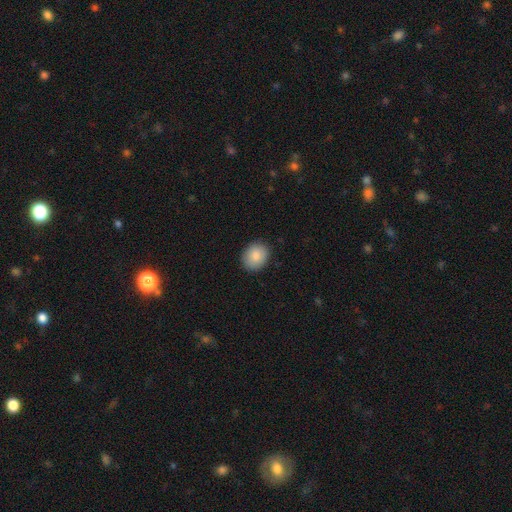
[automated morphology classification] smooth 86%, star or artifact 7%, featured or disk 7%. Down the decision tree: how rounded — round (55%); merging — none (89%).